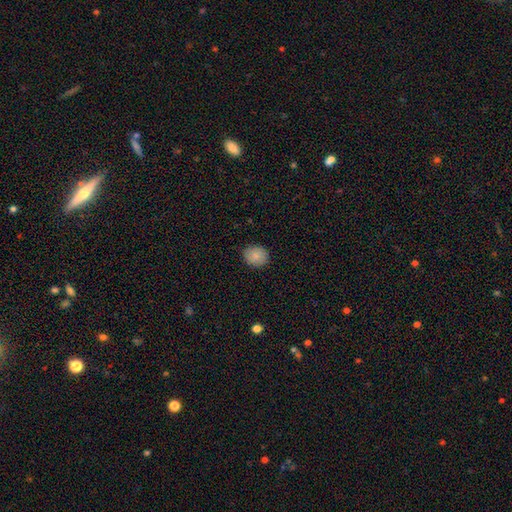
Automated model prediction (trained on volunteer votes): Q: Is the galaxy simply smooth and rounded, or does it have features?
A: smooth — 86%.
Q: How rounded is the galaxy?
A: round — 74%.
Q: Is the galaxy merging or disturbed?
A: none — 87%.